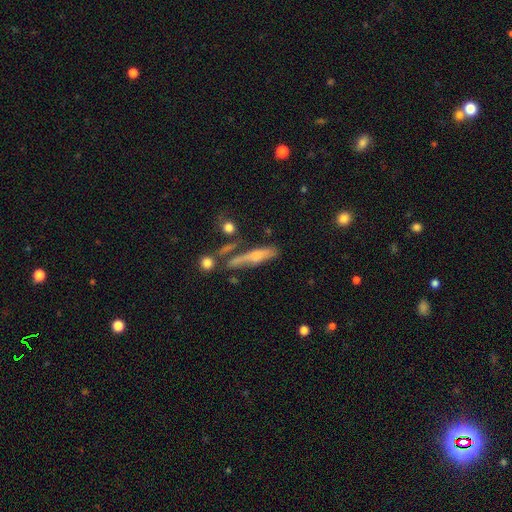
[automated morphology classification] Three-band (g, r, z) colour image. It shows a smooth galaxy with no disk features (46%). Merging: none (60%).